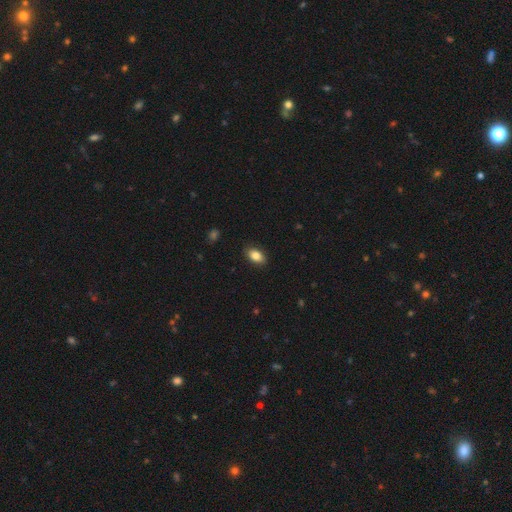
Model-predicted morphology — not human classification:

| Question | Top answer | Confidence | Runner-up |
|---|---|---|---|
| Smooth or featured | smooth | 85% | featured or disk (8%) |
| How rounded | in between | 90% | round (8%) |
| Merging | none | 88% | minor disturbance (9%) |